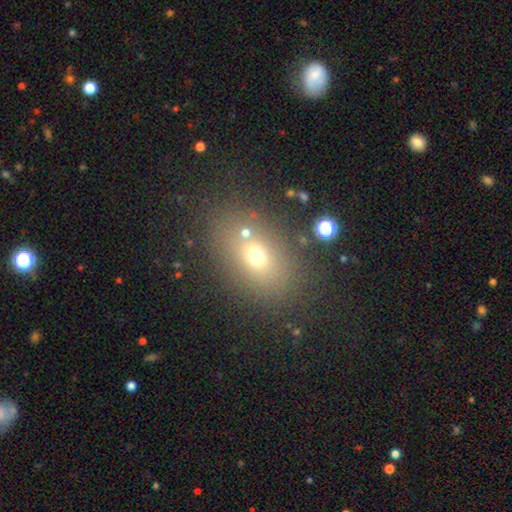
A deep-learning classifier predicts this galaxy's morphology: Smooth or featured: smooth — 64% (star or artifact — 19%)
How rounded: in between — 70% (round — 28%)
Merging: none — 75% (minor disturbance — 12%)